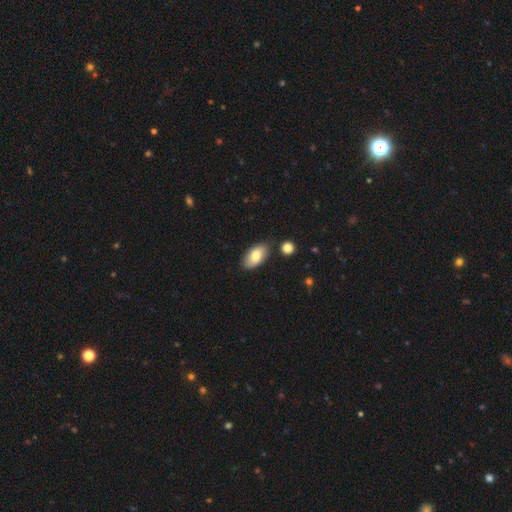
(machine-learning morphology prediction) Q: Smooth or featured?
A: smooth (77%); runner-up: featured or disk (16%)
Q: How rounded?
A: in between (93%); runner-up: cigar-shaped (4%)
Q: Merging?
A: none (81%); runner-up: minor disturbance (12%)